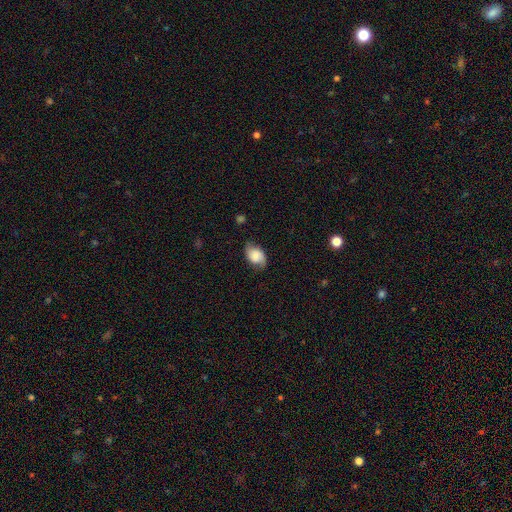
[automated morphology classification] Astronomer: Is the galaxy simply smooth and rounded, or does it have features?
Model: smooth — 61%.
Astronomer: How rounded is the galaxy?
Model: in between — 82%.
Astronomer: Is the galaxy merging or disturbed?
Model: none — 66%.